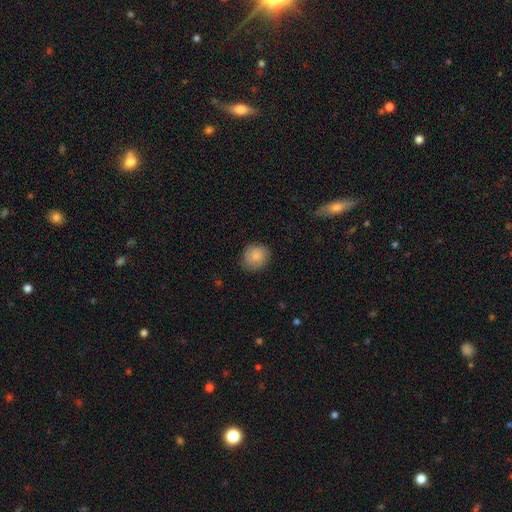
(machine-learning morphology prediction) type=smooth (84%); roundness=round (83%); merging=none (81%).